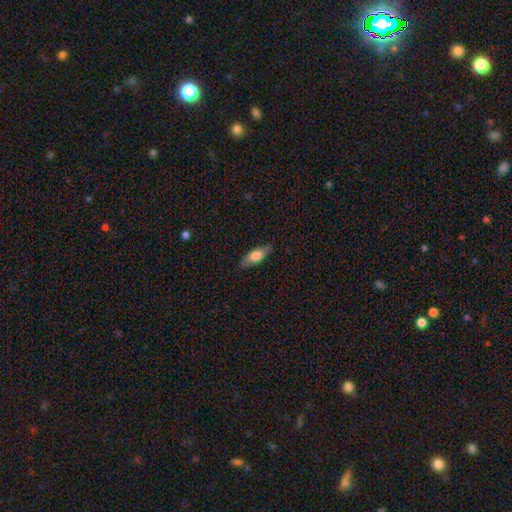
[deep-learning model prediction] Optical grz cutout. It shows a smooth galaxy with no disk features (72%) that is in between round and cigar-shaped (70%). Merging: none (82%).